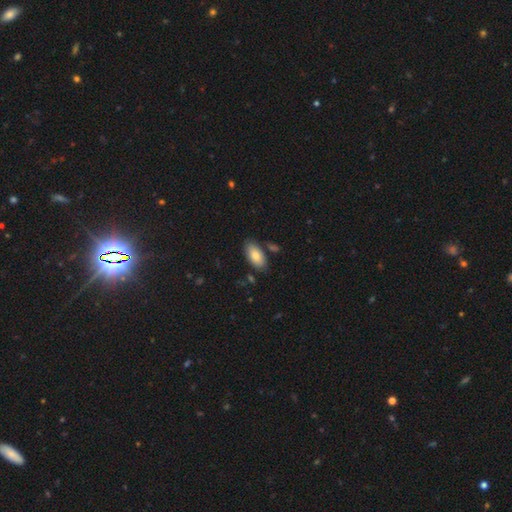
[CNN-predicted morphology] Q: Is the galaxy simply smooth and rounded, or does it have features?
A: smooth — 83%.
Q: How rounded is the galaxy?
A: in between — 93%.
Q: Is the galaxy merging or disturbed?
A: none — 81%.